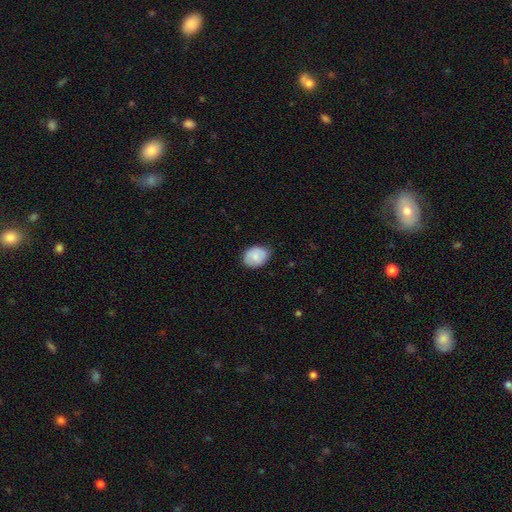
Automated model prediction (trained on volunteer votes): This appears to be a smooth galaxy with no disk features (78%) that is in between round and cigar-shaped (63%). Merging: none (74%).